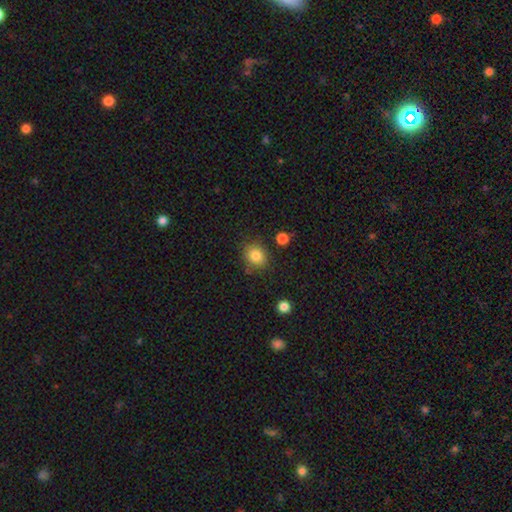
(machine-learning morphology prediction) Smooth or featured? Predicted: smooth (p=0.84). How rounded? Predicted: round (p=0.75). Merging? Predicted: none (p=0.82).